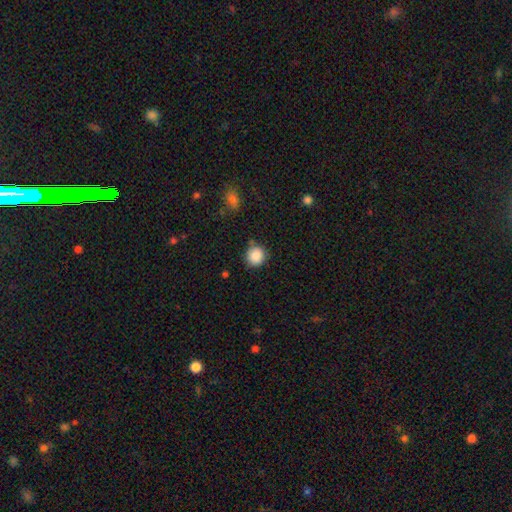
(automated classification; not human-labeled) This appears to be a smooth galaxy with no disk features (88%) that is round (91%). Merging: none (81%).